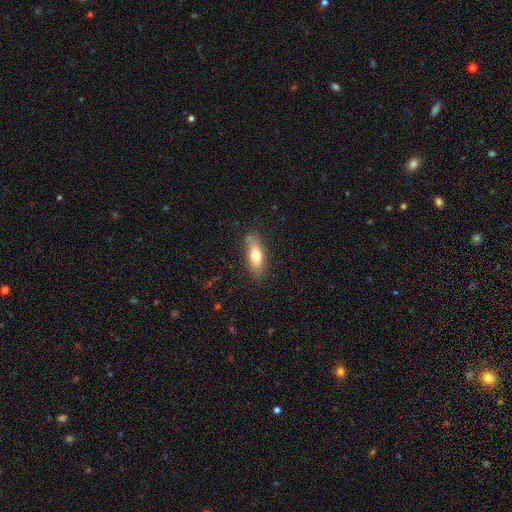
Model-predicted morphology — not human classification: The model was most divided on "how rounded": in between: 68%, cigar-shaped: 29%, round: 3%. More confident: merging — none (75%); smooth or featured — smooth (69%).